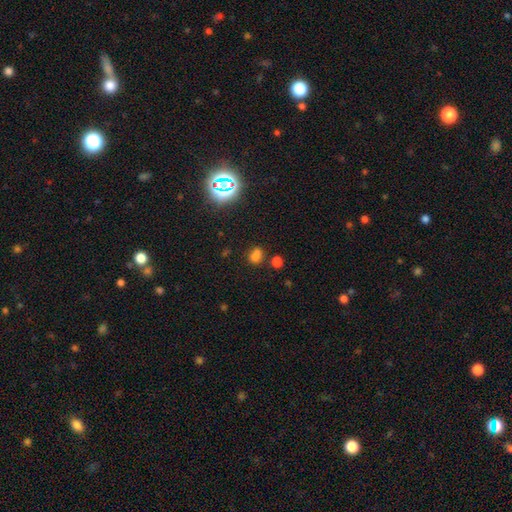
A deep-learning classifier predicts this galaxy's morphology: A smooth galaxy with no disk features (65%) that is round (49%, tied with in between). Merging: none (53%).